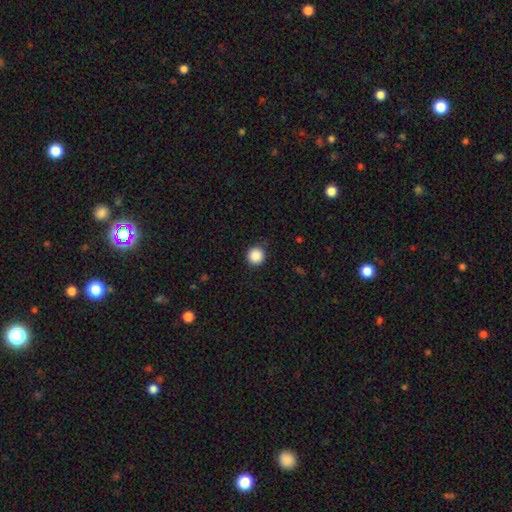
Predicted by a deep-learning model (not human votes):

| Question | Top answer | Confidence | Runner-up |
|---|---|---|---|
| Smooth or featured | smooth | 88% | star or artifact (9%) |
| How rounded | round | 96% | in between (3%) |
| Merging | none | 91% | minor disturbance (6%) |